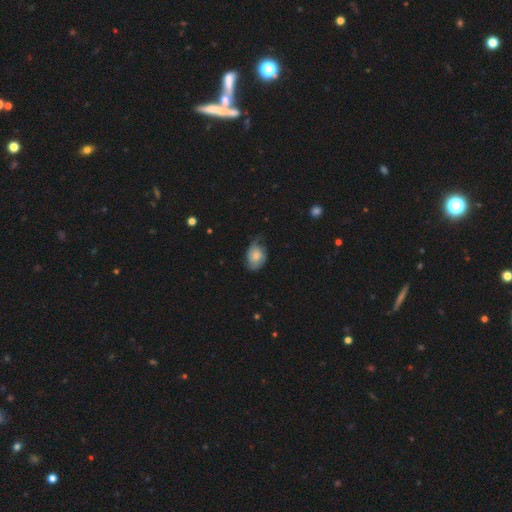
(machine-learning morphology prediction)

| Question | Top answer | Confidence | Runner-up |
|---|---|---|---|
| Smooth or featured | smooth | 52% | featured or disk (40%) |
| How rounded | in between | 70% | round (29%) |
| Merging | none | 47% | minor disturbance (36%) |